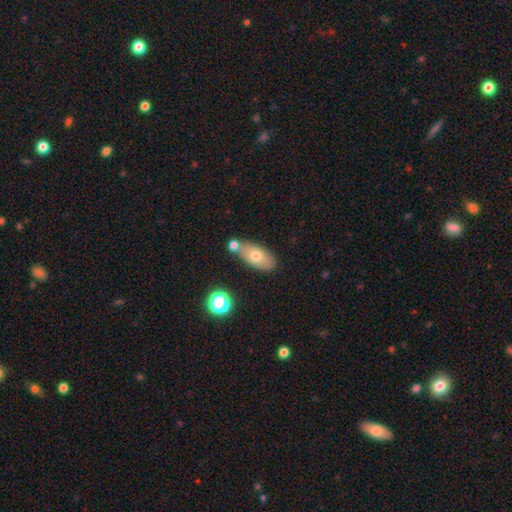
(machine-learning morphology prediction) smooth 69%, featured or disk 22%, star or artifact 9%. Down the decision tree: how rounded — in between (87%); merging — none (61%).